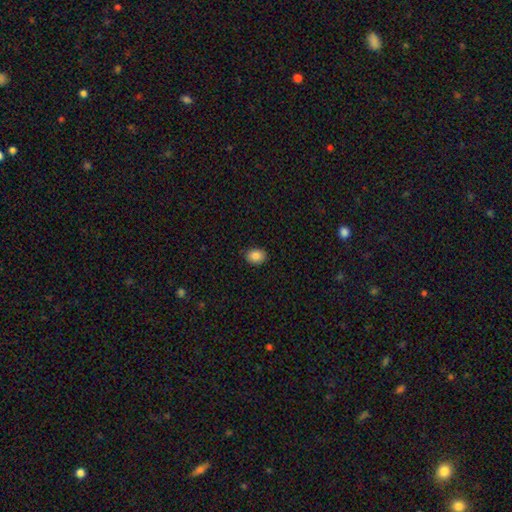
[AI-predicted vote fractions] Smooth or featured? Predicted: smooth (p=0.86). How rounded? Predicted: in between (p=0.57). Merging? Predicted: none (p=0.89).